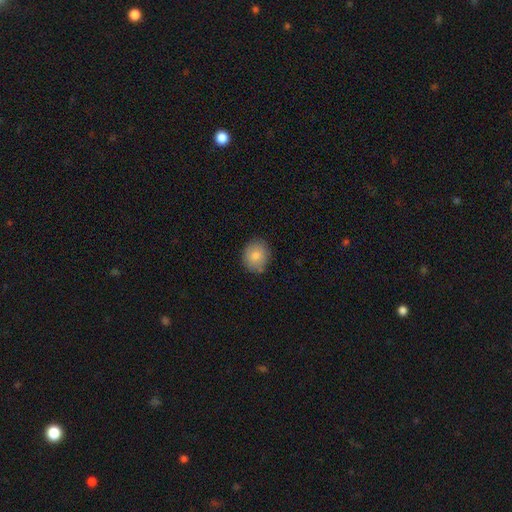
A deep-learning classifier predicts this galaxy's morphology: type=smooth (83%); roundness=round (71%); merging=none (82%).